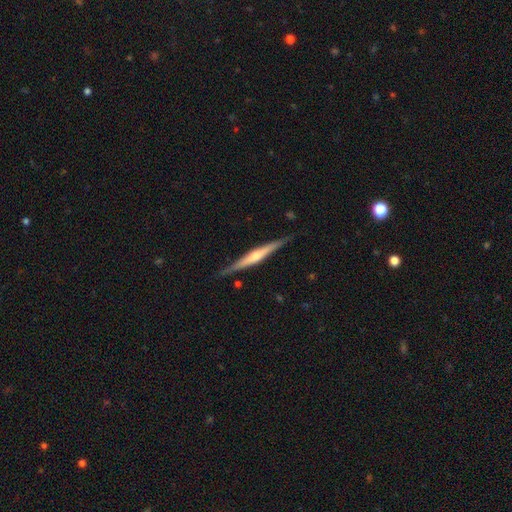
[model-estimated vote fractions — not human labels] Smooth or featured: featured or disk — 77% (smooth — 18%)
Edge-on disk: yes — 98% (no — 2%)
Edge-on bulge: rounded — 76% (none — 14%)
Merging: none — 88% (minor disturbance — 9%)